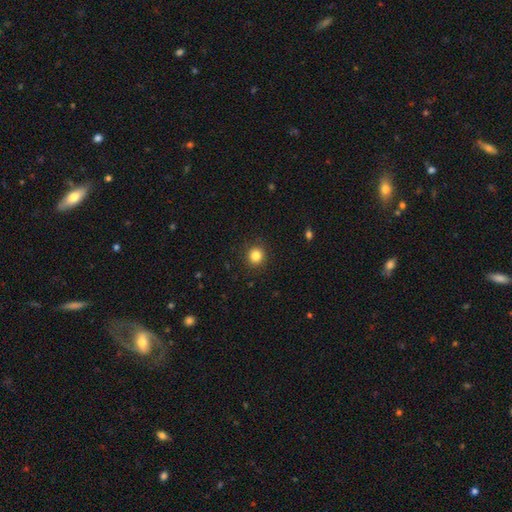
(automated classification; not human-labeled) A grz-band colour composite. It shows a smooth galaxy with no disk features (84%) that is round (91%). Merging: none (91%).